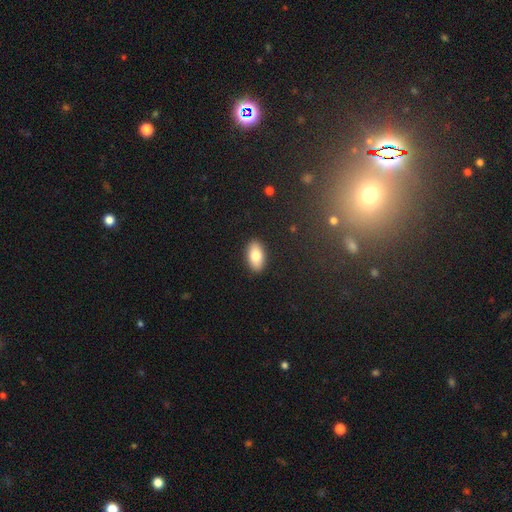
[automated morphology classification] smooth-or-featured: smooth: 82% | featured or disk: 12% | star or artifact: 7%
  how-rounded: in between: 93% | round: 4% | cigar-shaped: 3%
  merging: none: 90% | minor disturbance: 7% | major disturbance: 2% | merger: 1%